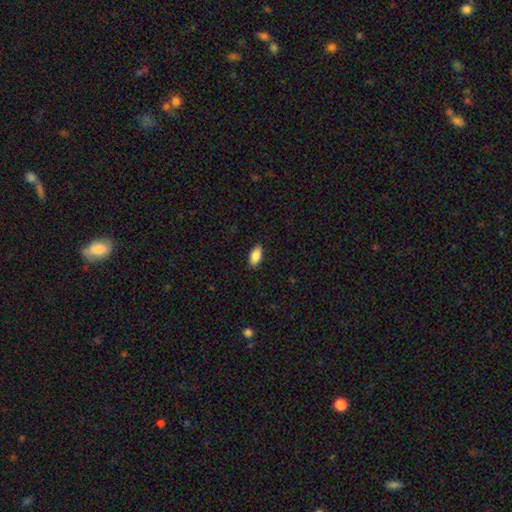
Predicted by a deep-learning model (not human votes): smooth_or_featured: smooth (p=0.88) [alt: star or artifact p=0.07]
how_rounded: in between (p=0.92) [alt: cigar-shaped p=0.06]
merging: none (p=0.89) [alt: minor disturbance p=0.08]